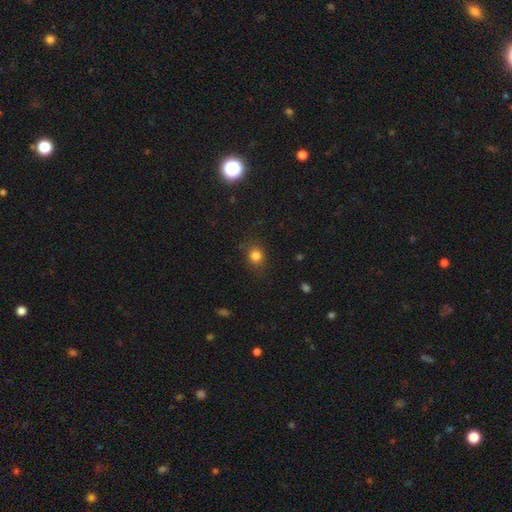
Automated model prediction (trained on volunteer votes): This is clearly a smooth galaxy (81%). How rounded: likely round (73%). Merging: clearly none (80%).